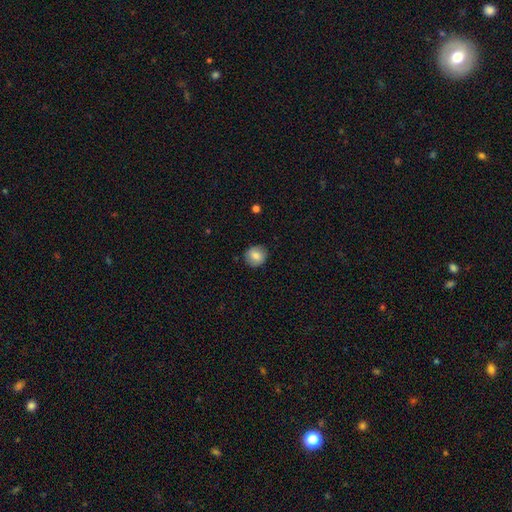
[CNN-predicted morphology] Smooth or featured: smooth — 82% (featured or disk — 10%)
How rounded: round — 87% (in between — 12%)
Merging: none — 87% (minor disturbance — 10%)